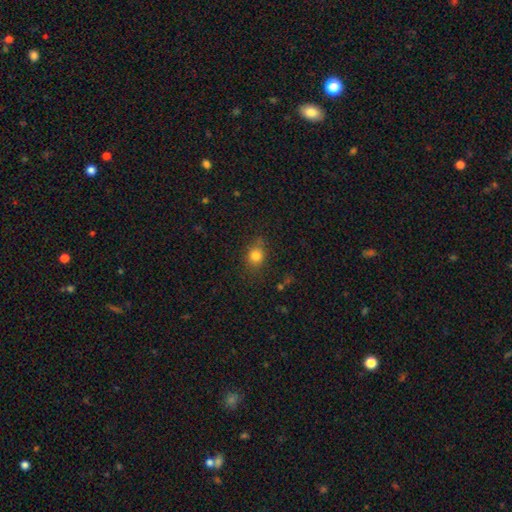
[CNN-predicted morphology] Smooth or featured? Predicted: smooth (p=0.80). How rounded? Predicted: round (p=0.67). Merging? Predicted: none (p=0.78).